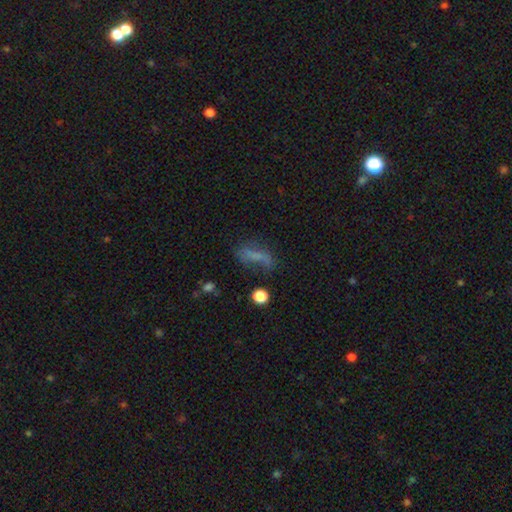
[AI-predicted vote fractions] Smooth or featured: smooth — 53% (featured or disk — 29%)
How rounded: in between — 54% (cigar-shaped — 38%)
Merging: none — 44% (major disturbance — 25%)